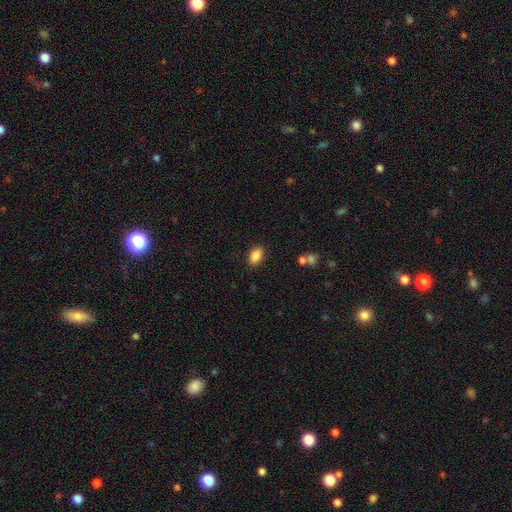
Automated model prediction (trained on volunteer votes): Overall: smooth (88%). How rounded: in between (89%). Merging: none (87%).